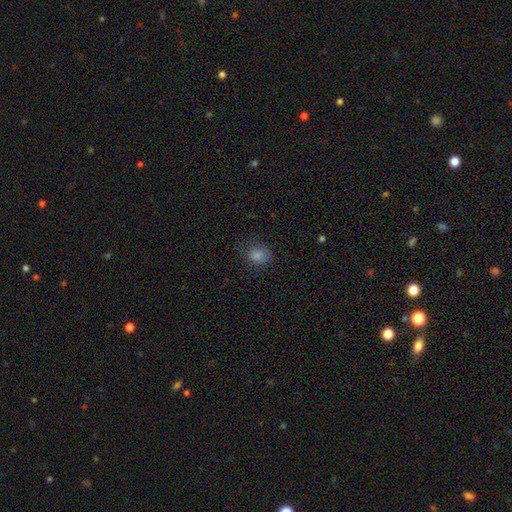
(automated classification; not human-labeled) smooth 75%, star or artifact 18%, featured or disk 7%. Down the decision tree: how rounded — round (61%); merging — none (74%).